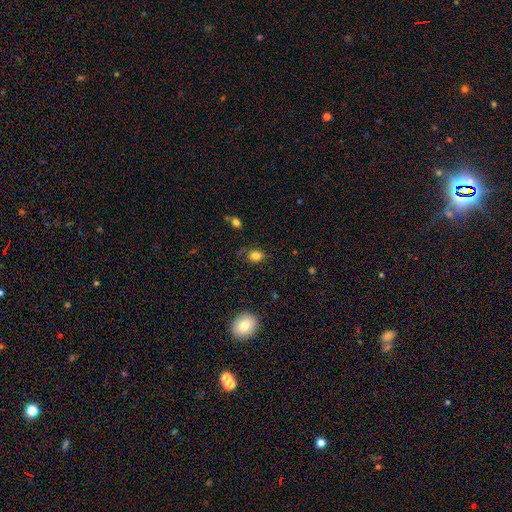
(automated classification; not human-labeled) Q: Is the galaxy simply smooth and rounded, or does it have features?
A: smooth — 82%.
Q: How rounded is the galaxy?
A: in between — 50%.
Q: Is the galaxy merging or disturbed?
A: none — 78%.